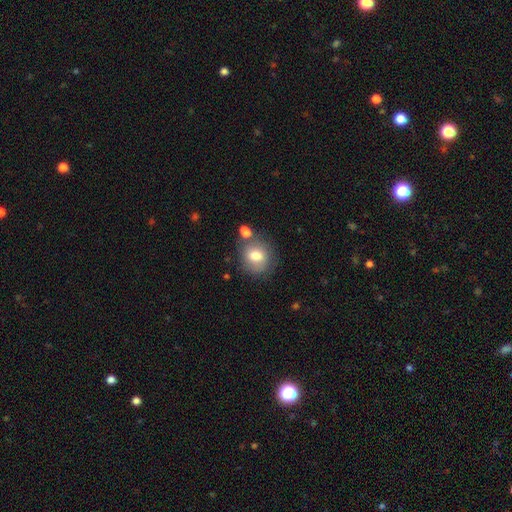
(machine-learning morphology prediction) Q: Smooth or featured?
A: smooth (74%); runner-up: featured or disk (17%)
Q: How rounded?
A: round (73%); runner-up: in between (26%)
Q: Merging?
A: none (64%); runner-up: minor disturbance (15%)